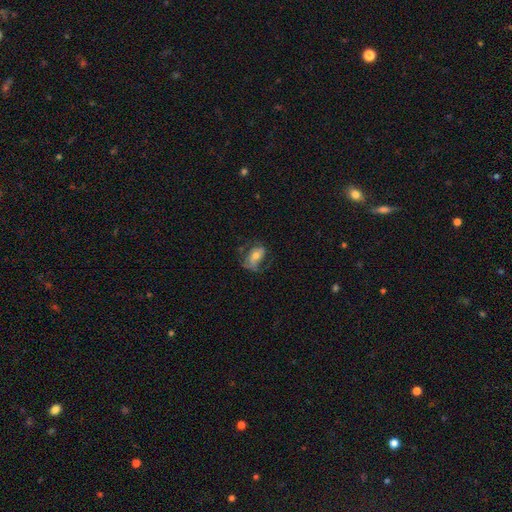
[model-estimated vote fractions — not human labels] Morphology: type=smooth (51%); roundness=in between (85%); merging=none (44%).